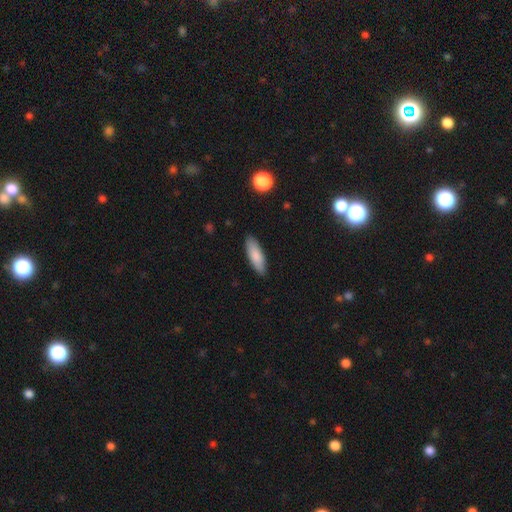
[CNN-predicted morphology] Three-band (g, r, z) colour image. It shows a smooth galaxy with no disk features (84%) that is in between round and cigar-shaped (55%). Merging: none (88%).